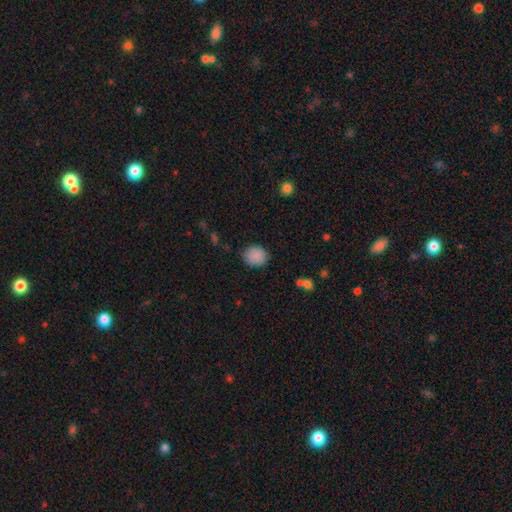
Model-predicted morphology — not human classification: Smooth or featured? Predicted: smooth (p=0.88). How rounded? Predicted: round (p=0.77). Merging? Predicted: none (p=0.84).